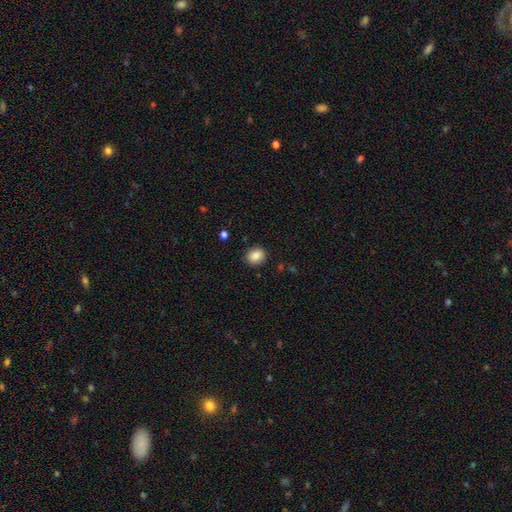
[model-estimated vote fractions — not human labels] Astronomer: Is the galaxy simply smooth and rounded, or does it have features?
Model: smooth — 87%.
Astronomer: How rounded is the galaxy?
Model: round — 63%.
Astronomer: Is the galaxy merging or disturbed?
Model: none — 88%.